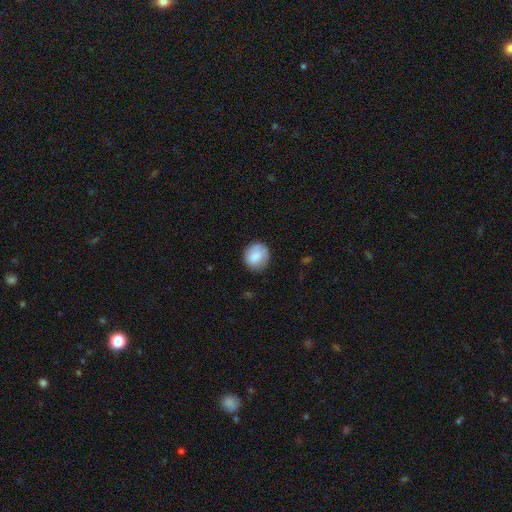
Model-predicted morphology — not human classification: A smooth galaxy with no disk features (84%) that is round (81%).

Vote fractions:
- Smooth or featured? smooth: 84% / featured or disk: 9% / star or artifact: 7%
- How rounded? round: 81% / in between: 18% / cigar-shaped: 1%
- Merging? none: 77% / minor disturbance: 18% / major disturbance: 5% / merger: 1%